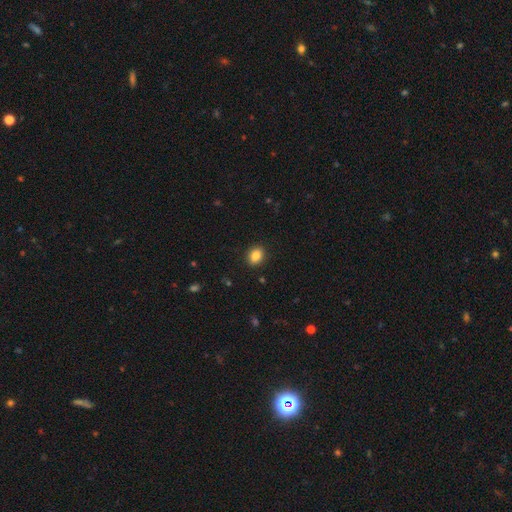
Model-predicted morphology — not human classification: The model was most divided on "how rounded": in between: 53%, round: 46%, cigar-shaped: 1%. More confident: merging — none (90%); smooth or featured — smooth (85%).